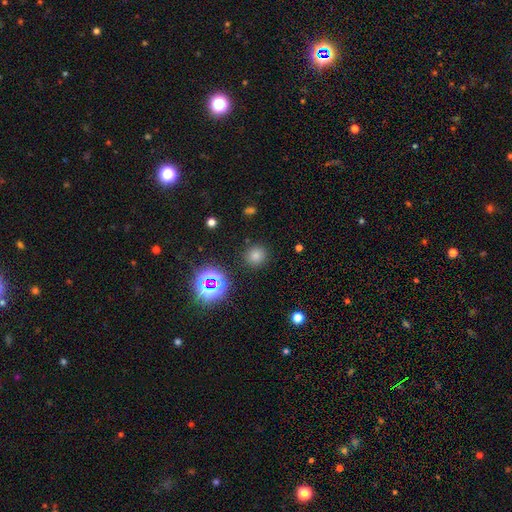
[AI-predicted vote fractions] Q: Smooth or featured?
A: smooth (73%); runner-up: star or artifact (21%)
Q: How rounded?
A: round (90%); runner-up: in between (9%)
Q: Merging?
A: none (88%); runner-up: minor disturbance (7%)